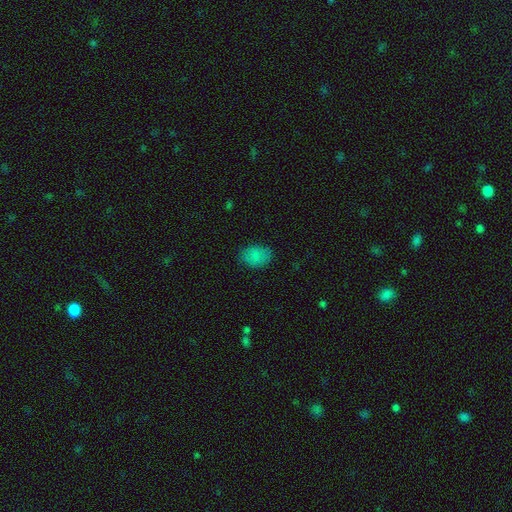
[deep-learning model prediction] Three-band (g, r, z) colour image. It shows a smooth galaxy with no disk features (83%) that is in between round and cigar-shaped (82%). Merging: none (79%).